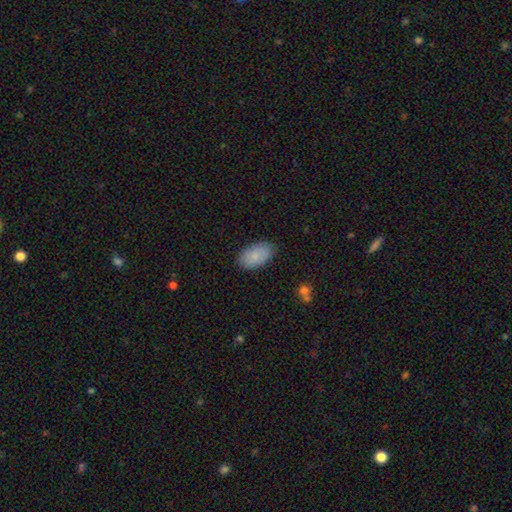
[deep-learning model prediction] Overall: smooth (85%). How rounded: in between (94%). Merging: none (84%).